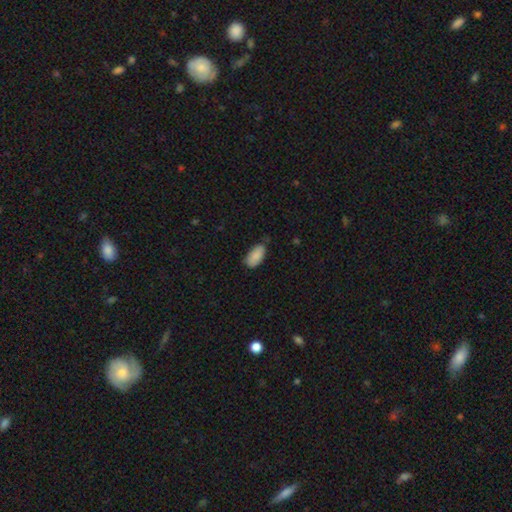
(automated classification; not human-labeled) A smooth galaxy with no disk features (88%) that is in between round and cigar-shaped (94%).

Vote fractions:
- Smooth or featured? smooth: 88% / star or artifact: 7% / featured or disk: 5%
- How rounded? in between: 94% / cigar-shaped: 4% / round: 2%
- Merging? none: 65% / minor disturbance: 29% / major disturbance: 4% / merger: 2%